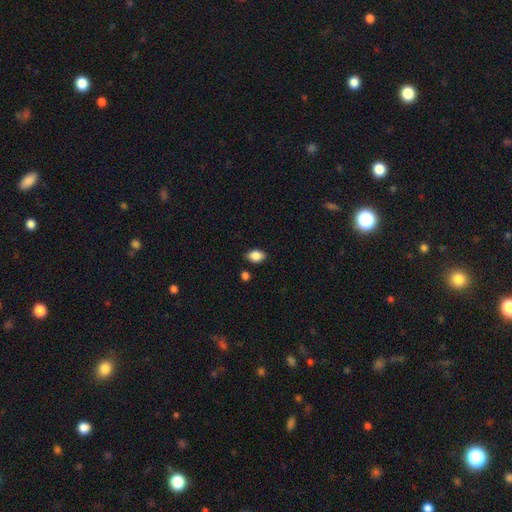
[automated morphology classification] type=smooth (86%); roundness=in between (79%); merging=none (83%).